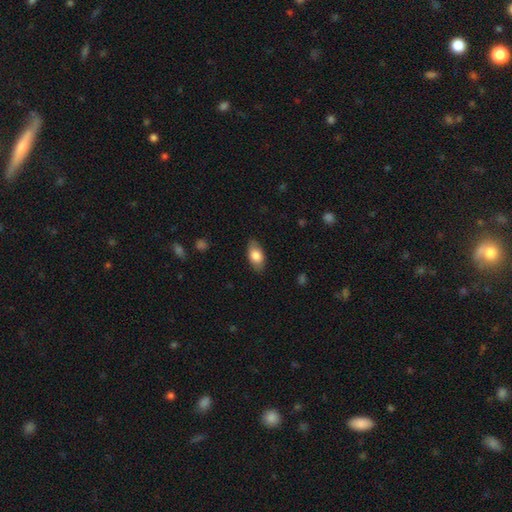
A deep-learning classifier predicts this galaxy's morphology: Overall: smooth (80%). How rounded: in between (92%). Merging: none (84%).